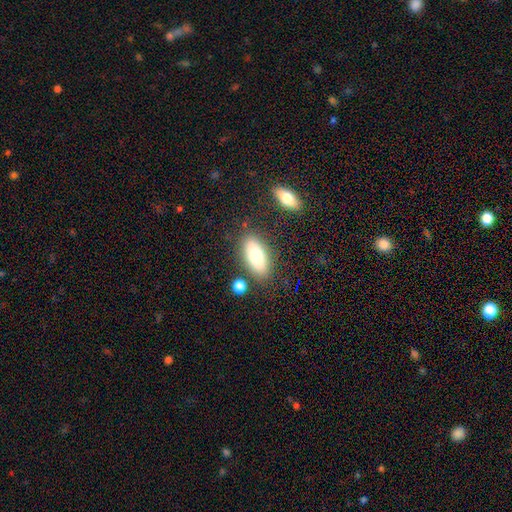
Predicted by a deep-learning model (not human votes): Smooth or featured?
  - smooth: 76% *
  - featured or disk: 16%
  - star or artifact: 7%
How rounded?
  - in between: 84% *
  - cigar-shaped: 13%
  - round: 3%
Merging?
  - none: 80% *
  - minor disturbance: 11%
  - merger: 5%
  - major disturbance: 3%